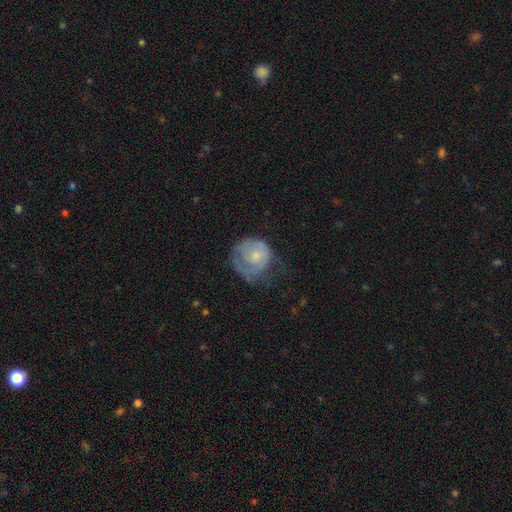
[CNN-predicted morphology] A featured or disk galaxy (49%). Merging: none (38%).